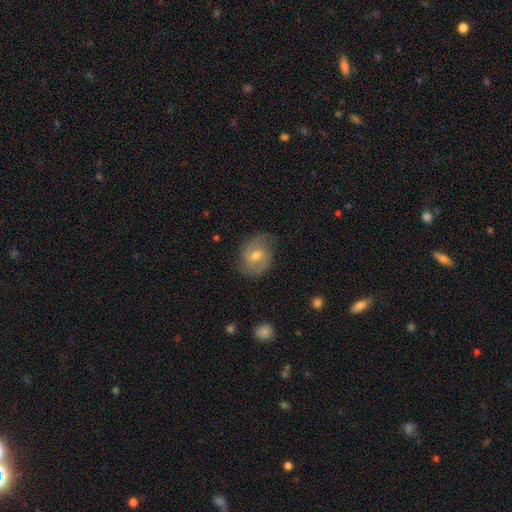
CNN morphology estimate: Smooth or featured?
  - featured or disk: 65% *
  - smooth: 26%
  - star or artifact: 8%
Edge-on disk?
  - no: 96% *
  - yes: 4%
Bar?
  - no: 52% *
  - weak: 40%
  - strong: 9%
Spiral arms?
  - yes: 87% *
  - no: 13%
Spiral winding?
  - medium: 46% *
  - tight: 32%
  - loose: 22%
Spiral arm count?
  - 2: 77% *
  - can't tell: 12%
  - 1: 6%
  - 3: 2%
  - 4: 1%
  - more than 4: 1%
Bulge size?
  - moderate: 65% *
  - small: 30%
  - large: 3%
  - none: 1%
  - dominant: 1%
Merging?
  - none: 70% *
  - minor disturbance: 21%
  - major disturbance: 8%
  - merger: 1%